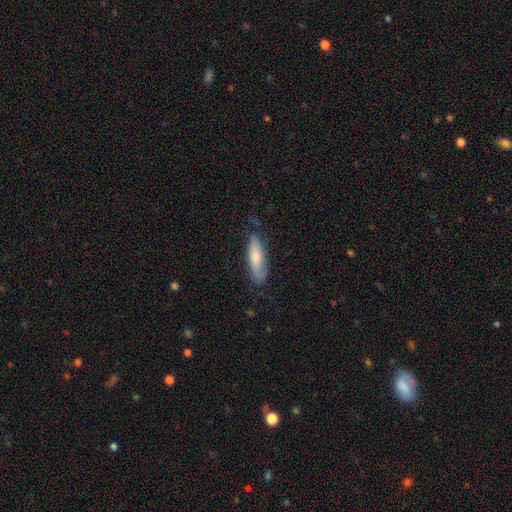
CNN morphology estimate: Smooth or featured?
  - smooth: 61% *
  - featured or disk: 32%
  - star or artifact: 7%
How rounded?
  - cigar-shaped: 58% *
  - in between: 41%
  - round: 2%
Merging?
  - none: 71% *
  - minor disturbance: 22%
  - major disturbance: 6%
  - merger: 1%